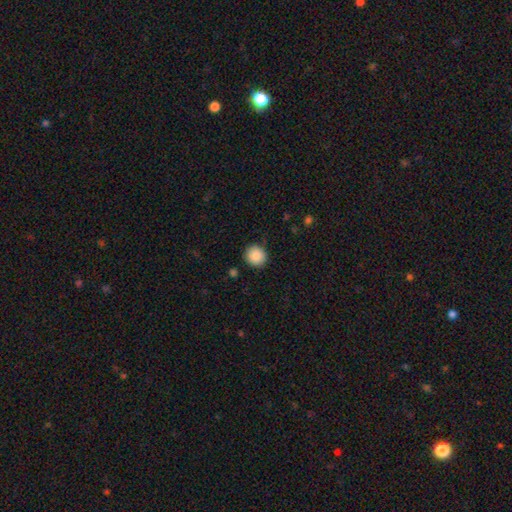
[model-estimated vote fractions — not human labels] Morphology: type=smooth (88%); roundness=round (90%); merging=none (86%).